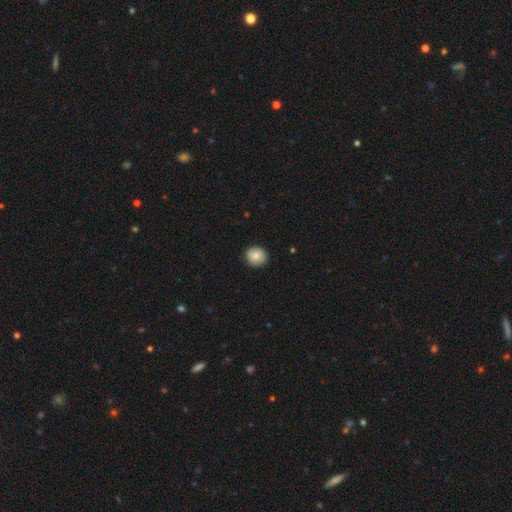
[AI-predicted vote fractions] smooth-or-featured: smooth: 83% | featured or disk: 9% | star or artifact: 8%
  how-rounded: round: 81% | in between: 18% | cigar-shaped: 1%
  merging: none: 88% | minor disturbance: 9% | major disturbance: 2% | merger: 1%